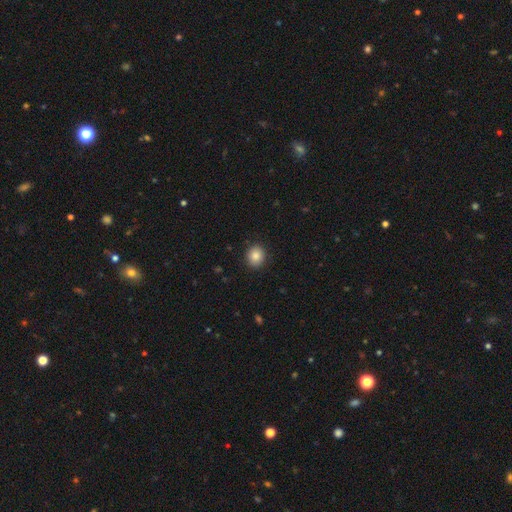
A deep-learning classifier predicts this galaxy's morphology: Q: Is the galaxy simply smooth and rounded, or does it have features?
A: smooth — 86%.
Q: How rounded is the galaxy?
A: round — 71%.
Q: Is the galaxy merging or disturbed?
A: none — 89%.